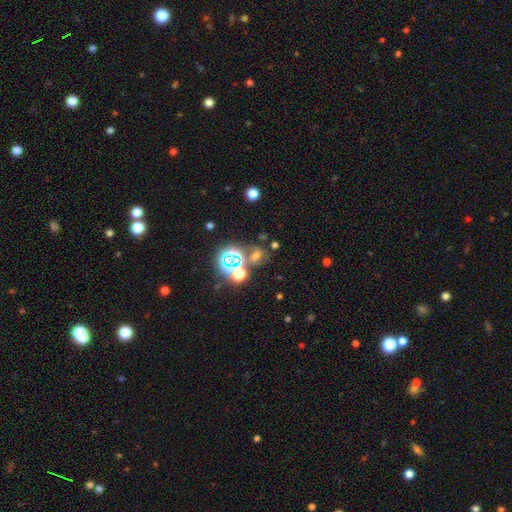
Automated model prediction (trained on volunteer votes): The model was most divided on "smooth or featured": star or artifact: 45%, smooth: 40%, featured or disk: 15%.